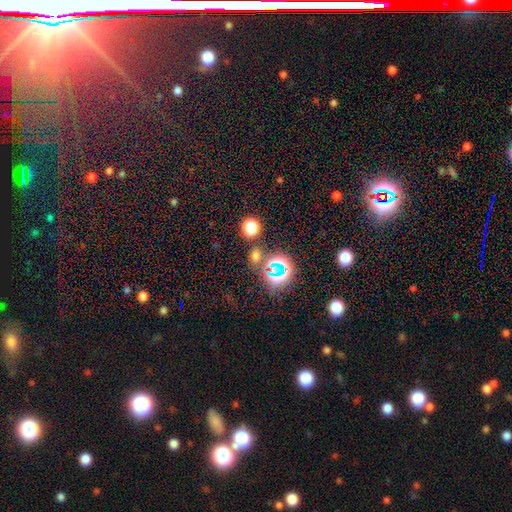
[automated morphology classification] Smooth or featured? Predicted: smooth (p=0.49). Merging? Predicted: none (p=0.74).